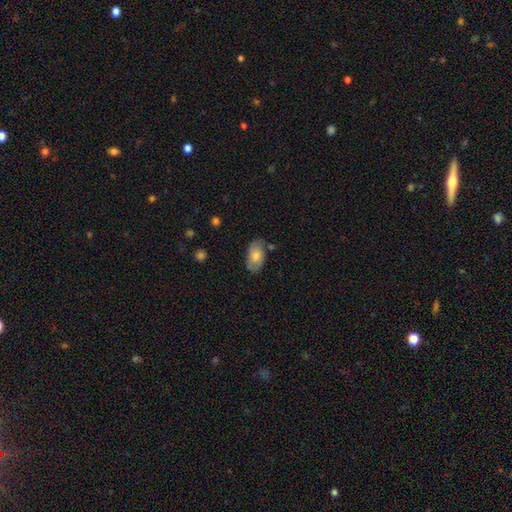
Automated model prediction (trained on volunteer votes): A smooth galaxy with no disk features (63%) that is in between round and cigar-shaped (91%). Merging: none (69%).